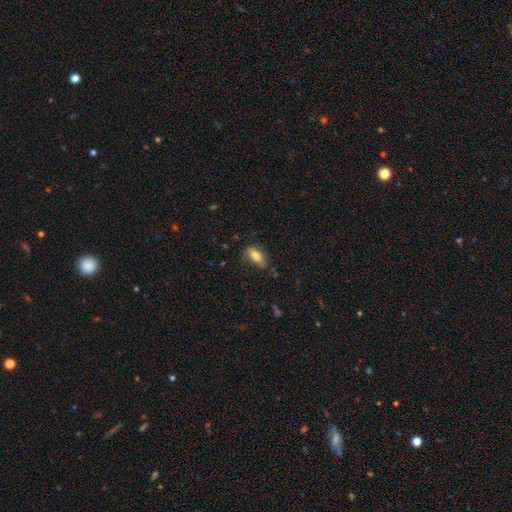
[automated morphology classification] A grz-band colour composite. It shows a smooth galaxy with no disk features (80%) that is in between round and cigar-shaped (82%). Merging: none (70%).